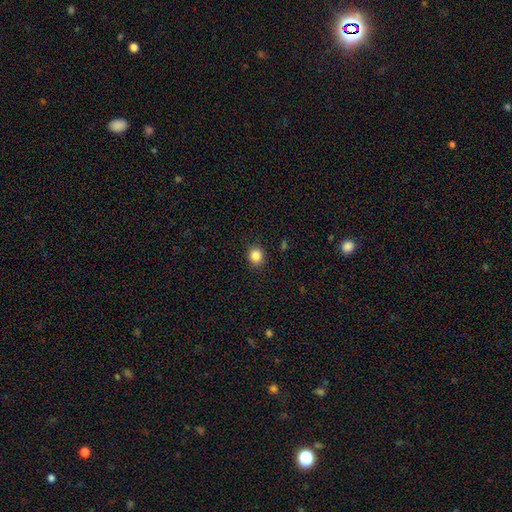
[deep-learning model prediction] Smooth or featured? smooth (85%)
How rounded? round (82%)
Merging? none (90%)